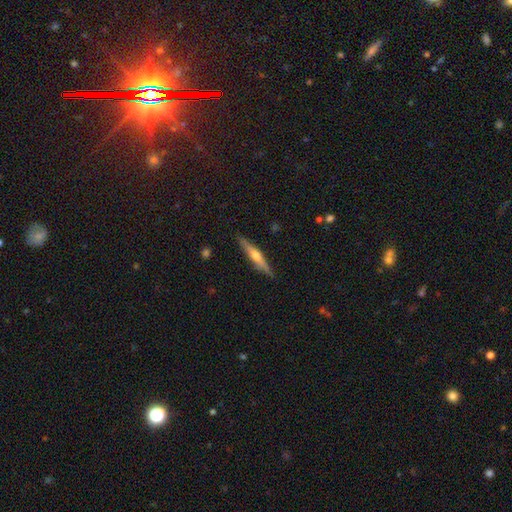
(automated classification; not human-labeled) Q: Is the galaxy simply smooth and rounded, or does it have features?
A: featured or disk — 61%.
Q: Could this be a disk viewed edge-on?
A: yes — 96%.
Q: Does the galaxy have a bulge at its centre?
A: rounded — 83%.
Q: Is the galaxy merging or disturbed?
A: none — 86%.